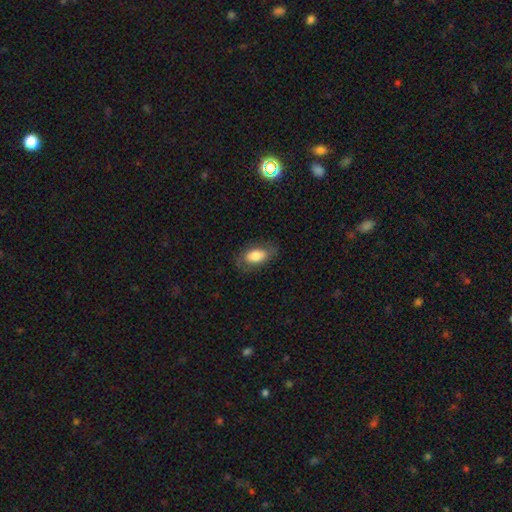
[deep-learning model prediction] Smooth or featured: smooth — 72% (featured or disk — 21%)
How rounded: in between — 90% (round — 5%)
Merging: none — 74% (minor disturbance — 17%)